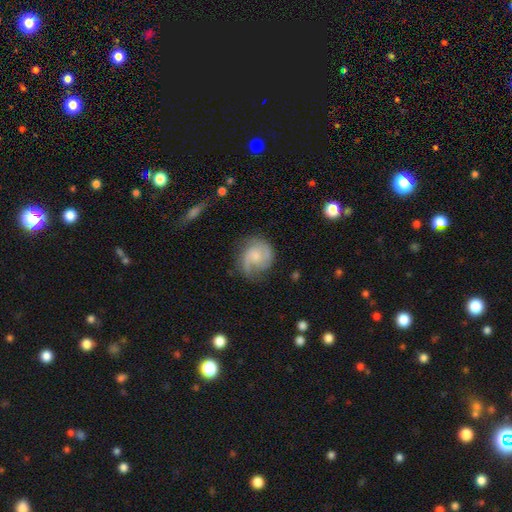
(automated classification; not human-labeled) smooth_or_featured: featured or disk (p=0.72) [alt: smooth p=0.21]
disk_edge_on: no (p=0.98) [alt: yes p=0.02]
bar: no (p=0.61) [alt: weak p=0.35]
has_spiral_arms: yes (p=0.94) [alt: no p=0.06]
spiral_winding: medium (p=0.48) [alt: tight p=0.29]
spiral_arm_count: 2 (p=0.66) [alt: can't tell p=0.11]
bulge_size: small (p=0.44) [alt: moderate p=0.33]
merging: none (p=0.67) [alt: minor disturbance p=0.21]